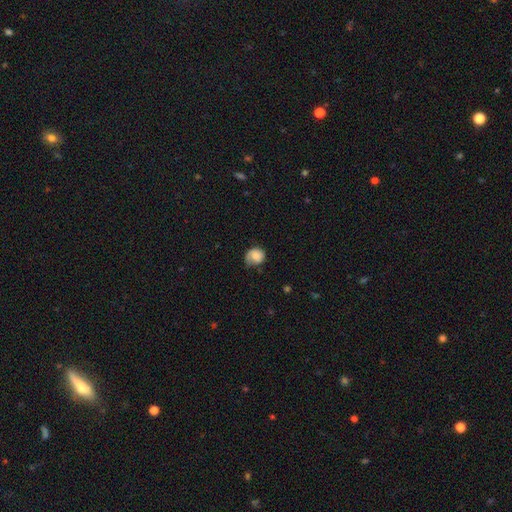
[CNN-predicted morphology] type=smooth (76%); roundness=round (71%); merging=none (49%).